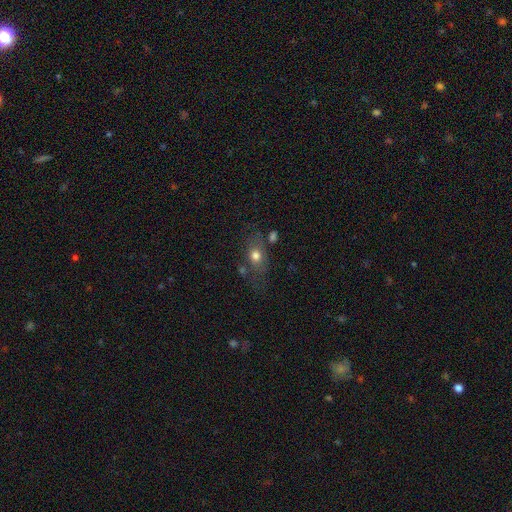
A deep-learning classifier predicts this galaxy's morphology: Overall: smooth (68%). How rounded: in between (63%; round 33%). Merging: none (56%; minor disturbance 22%).